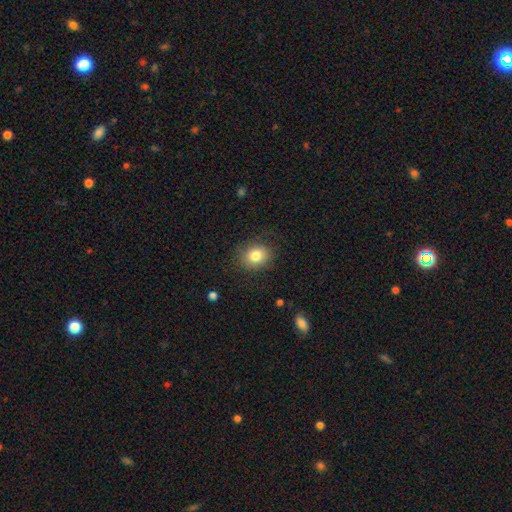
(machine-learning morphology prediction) Q: Smooth or featured?
A: smooth (82%); runner-up: star or artifact (10%)
Q: How rounded?
A: round (64%); runner-up: in between (35%)
Q: Merging?
A: none (83%); runner-up: minor disturbance (12%)